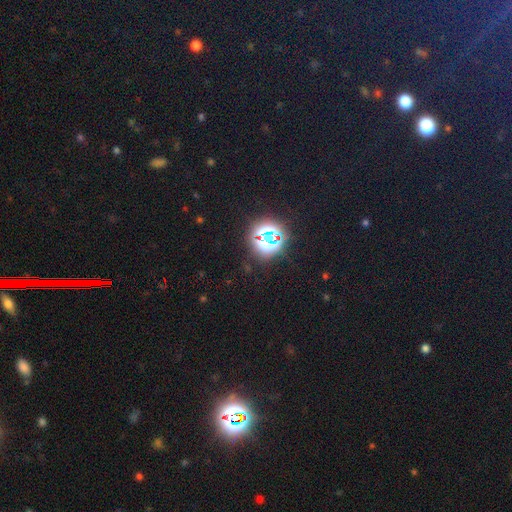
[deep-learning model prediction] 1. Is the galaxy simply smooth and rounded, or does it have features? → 71% star or artifact, 23% smooth, 6% featured or disk.